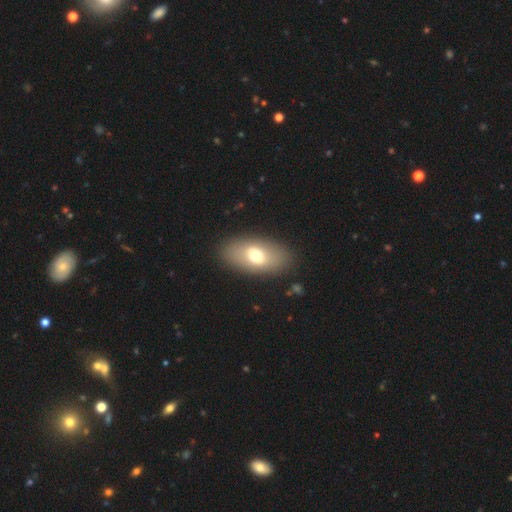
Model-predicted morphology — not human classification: A smooth galaxy with no disk features (66%) that is in between round and cigar-shaped (90%).

Vote fractions:
- Smooth or featured? smooth: 66% / featured or disk: 26% / star or artifact: 8%
- How rounded? in between: 90% / round: 6% / cigar-shaped: 4%
- Merging? none: 86% / minor disturbance: 9% / major disturbance: 4% / merger: 1%